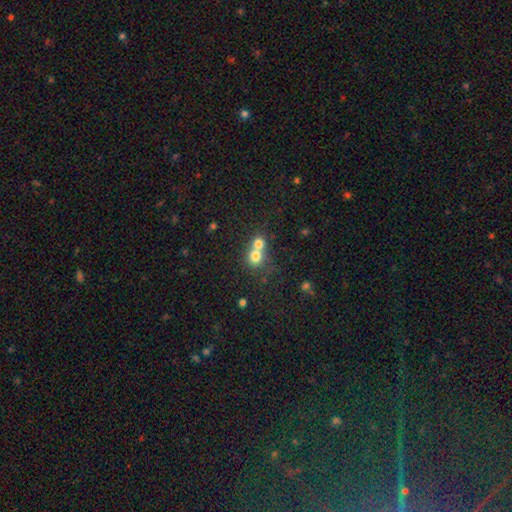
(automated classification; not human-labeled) Overall: smooth (74%). How rounded: round (78%). Merging: merger (67%).